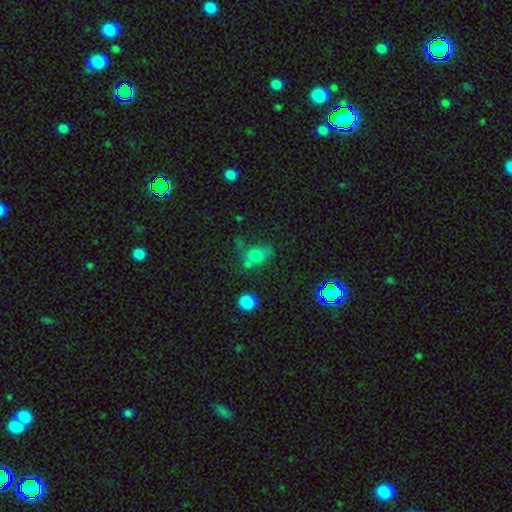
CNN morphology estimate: This is likely a smooth galaxy (68%). How rounded: possibly in between (58%). Merging: marginally none (43%).